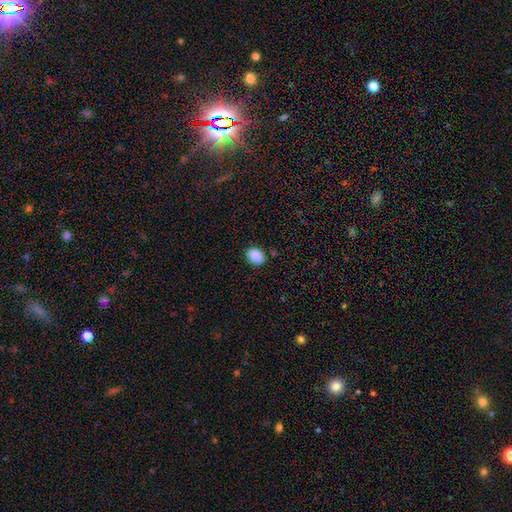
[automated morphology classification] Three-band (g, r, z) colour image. It shows a smooth galaxy with no disk features (88%) that is in between round and cigar-shaped (68%). Merging: none (81%).